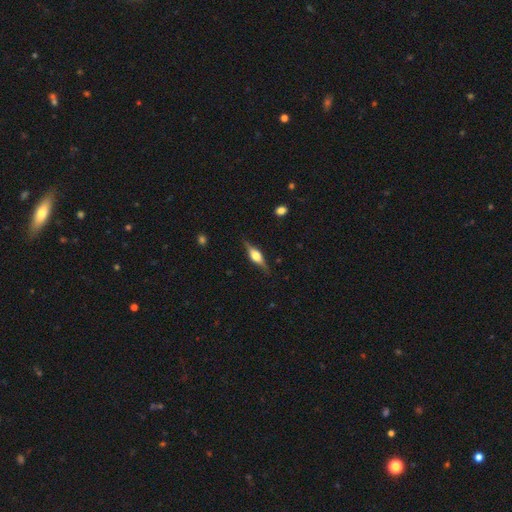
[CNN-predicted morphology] type=featured or disk (63%); edge-on=yes (95%); edge-on bulge=rounded (87%); merging=none (84%).